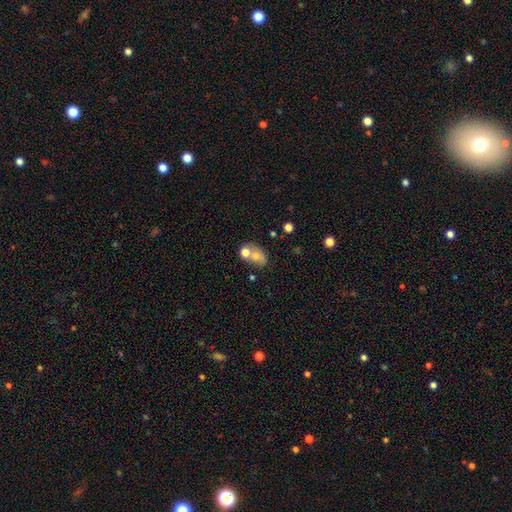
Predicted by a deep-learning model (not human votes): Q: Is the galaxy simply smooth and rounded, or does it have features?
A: smooth — 60%.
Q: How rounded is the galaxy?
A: in between — 67%.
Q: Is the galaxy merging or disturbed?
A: merger — 44%.